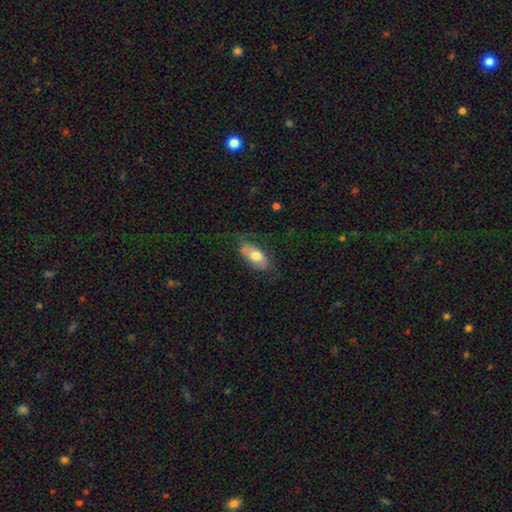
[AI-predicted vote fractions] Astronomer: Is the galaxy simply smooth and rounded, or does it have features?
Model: smooth — 68%.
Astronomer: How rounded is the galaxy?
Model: in between — 89%.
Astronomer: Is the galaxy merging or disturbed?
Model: none — 60%.